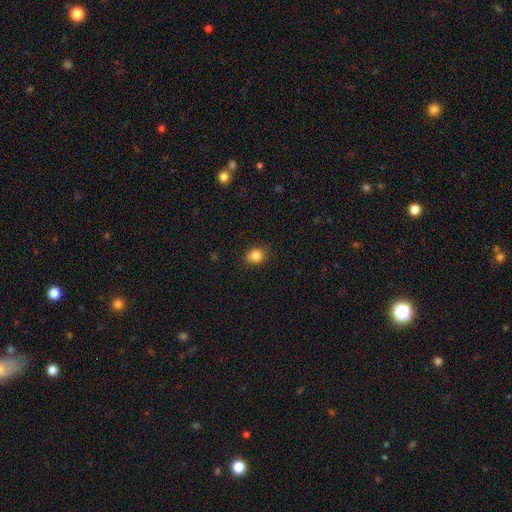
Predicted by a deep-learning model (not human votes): This is clearly a smooth galaxy (84%). How rounded: likely round (64%). Merging: clearly none (87%).